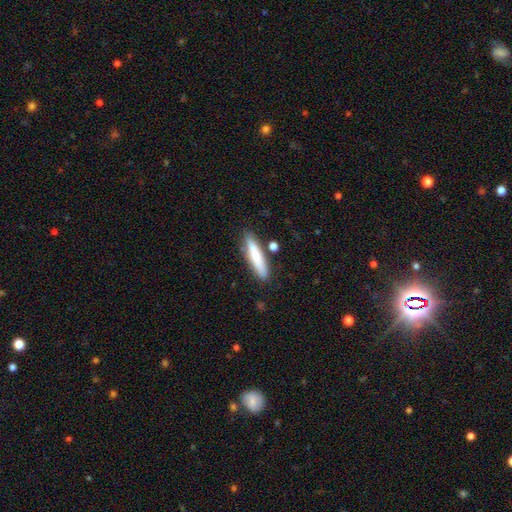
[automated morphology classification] The model was most divided on "smooth or featured": smooth: 72%, featured or disk: 21%, star or artifact: 6%. More confident: how rounded — cigar-shaped (85%); merging — none (79%).